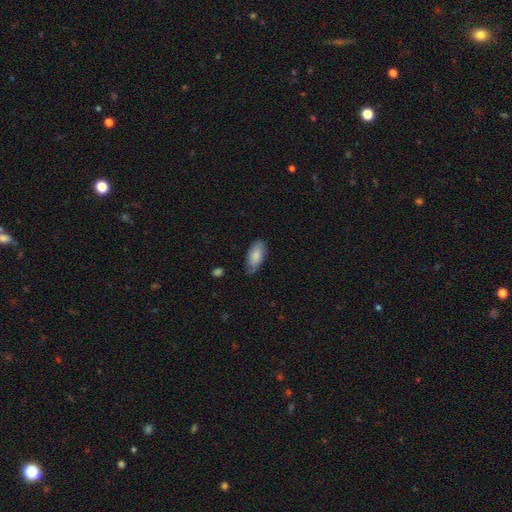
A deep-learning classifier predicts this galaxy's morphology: smooth_or_featured: smooth (p=0.81) [alt: featured or disk p=0.13]
how_rounded: in between (p=0.91) [alt: cigar-shaped p=0.07]
merging: none (p=0.67) [alt: minor disturbance p=0.27]